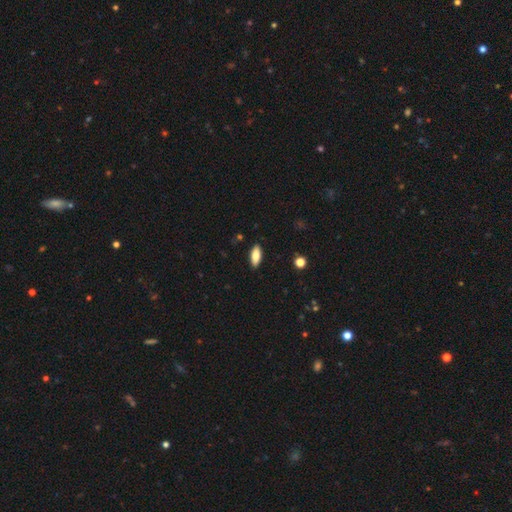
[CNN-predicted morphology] A smooth galaxy with no disk features (82%) that is in between round and cigar-shaped (81%).

Vote fractions:
- Smooth or featured? smooth: 82% / featured or disk: 11% / star or artifact: 6%
- How rounded? in between: 81% / cigar-shaped: 17% / round: 2%
- Merging? none: 89% / minor disturbance: 8% / major disturbance: 2% / merger: 1%